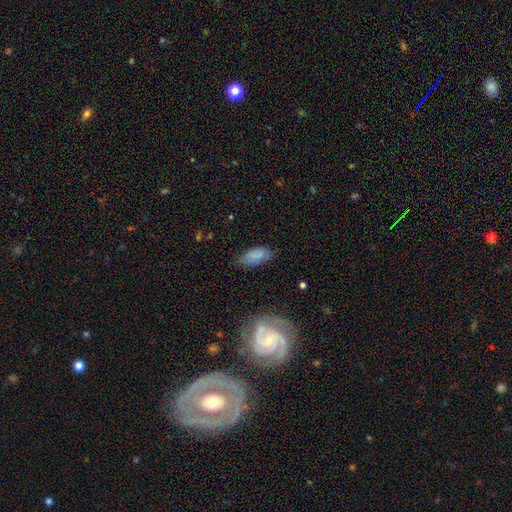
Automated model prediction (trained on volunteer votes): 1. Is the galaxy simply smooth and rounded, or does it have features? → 83% smooth, 9% featured or disk, 8% star or artifact.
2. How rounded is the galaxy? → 89% in between, 9% cigar-shaped, 2% round.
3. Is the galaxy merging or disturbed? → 74% none, 19% minor disturbance, 4% major disturbance, 2% merger.